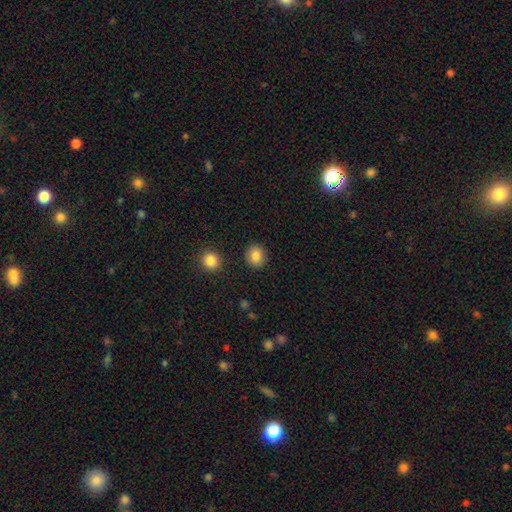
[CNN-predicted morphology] A smooth galaxy with no disk features (86%) that is round (83%). Merging: none (90%).